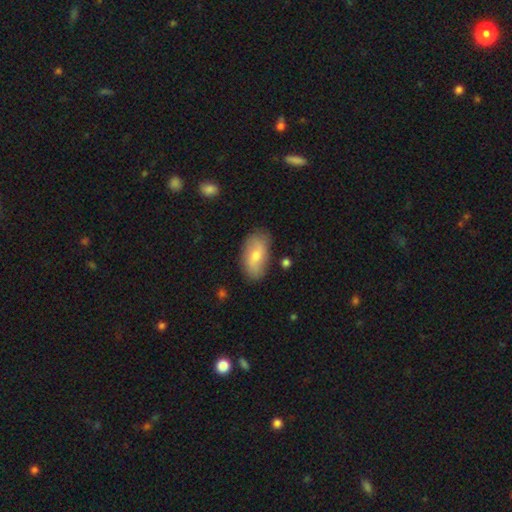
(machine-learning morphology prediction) This is likely a smooth galaxy (64%). How rounded: clearly in between (92%). Merging: clearly none (80%).